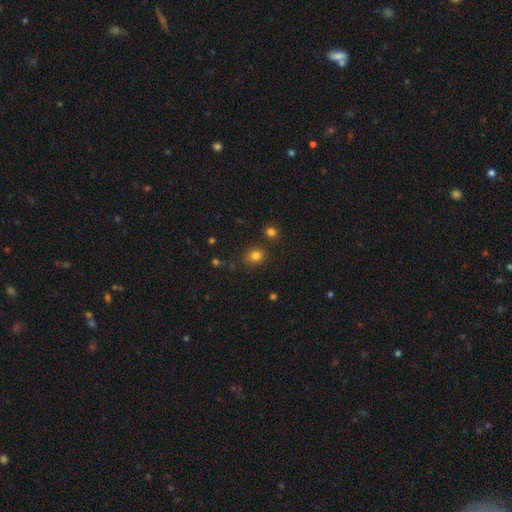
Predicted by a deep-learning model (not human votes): Overall: smooth (79%). How rounded: round (78%). Merging: none (80%).